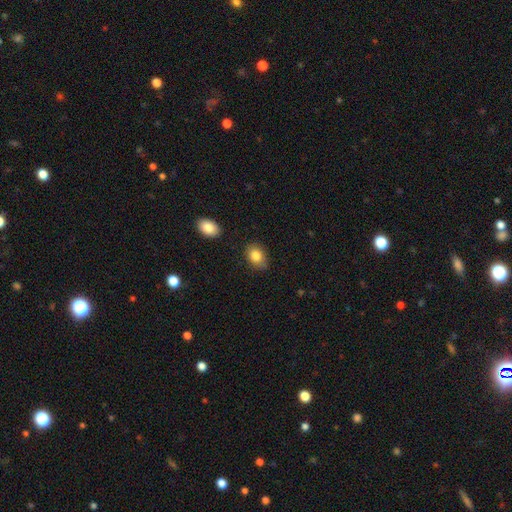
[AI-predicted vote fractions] smooth-or-featured: smooth: 84% | star or artifact: 9% | featured or disk: 8%
  how-rounded: in between: 71% | round: 28% | cigar-shaped: 1%
  merging: none: 79% | minor disturbance: 16% | major disturbance: 3% | merger: 2%